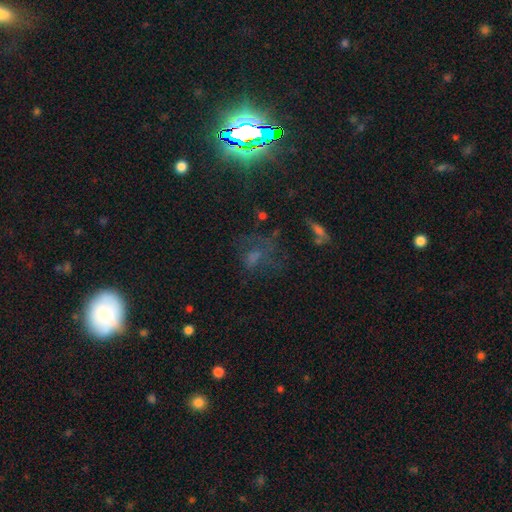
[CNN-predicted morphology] This is marginally a smooth galaxy (40%). Merging: marginally none (43%).